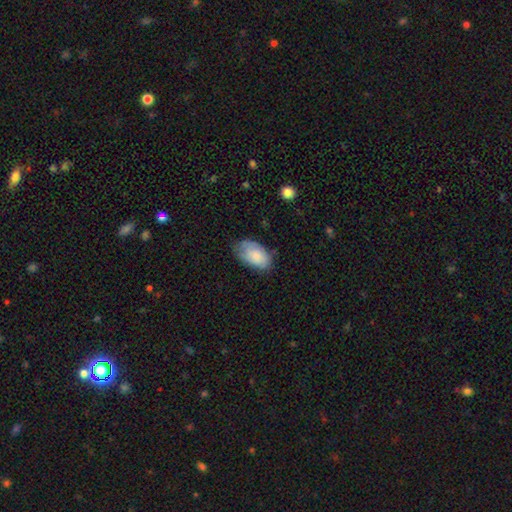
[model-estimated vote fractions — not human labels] This is likely a smooth galaxy (78%). How rounded: clearly in between (94%). Merging: possibly none (57%).